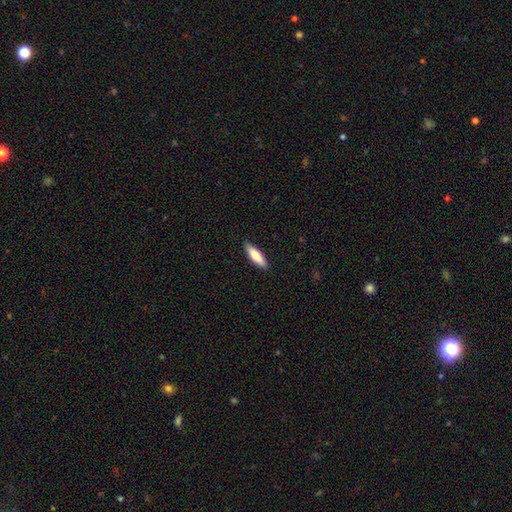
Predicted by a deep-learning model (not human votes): Morphology: type=smooth (80%); roundness=cigar-shaped (54%); merging=none (89%).